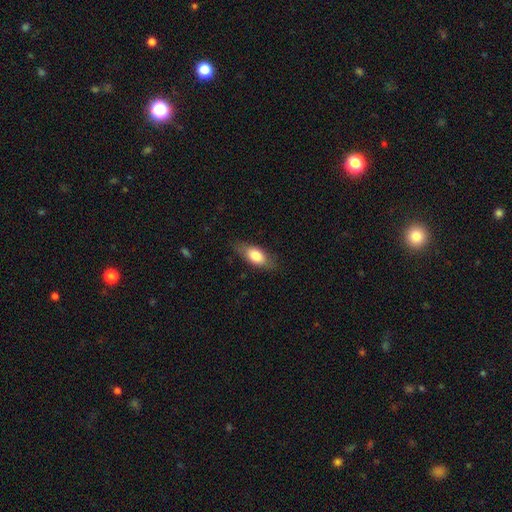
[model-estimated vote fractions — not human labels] The model was most divided on "smooth or featured": smooth: 76%, featured or disk: 18%, star or artifact: 6%. More confident: how rounded — in between (82%); merging — none (79%).